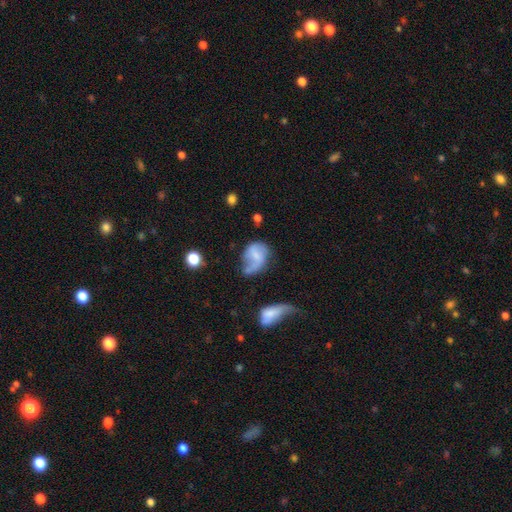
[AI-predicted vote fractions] The model was most divided on "merging": major disturbance: 32%, minor disturbance: 29%, none: 28%, merger: 11%. Remaining: smooth or featured — smooth (48%).